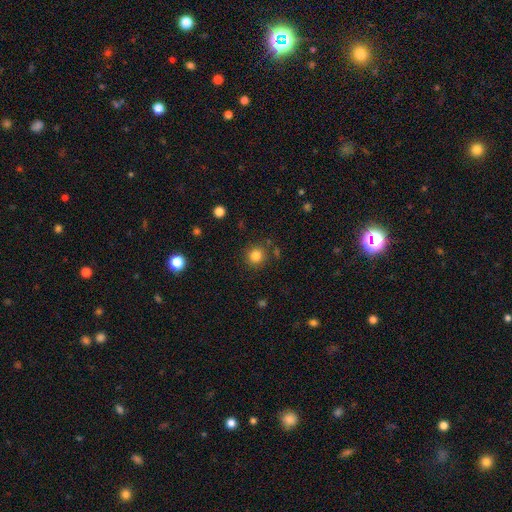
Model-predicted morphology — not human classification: smooth 83%, star or artifact 12%, featured or disk 5%. Down the decision tree: how rounded — round (92%); merging — none (86%).